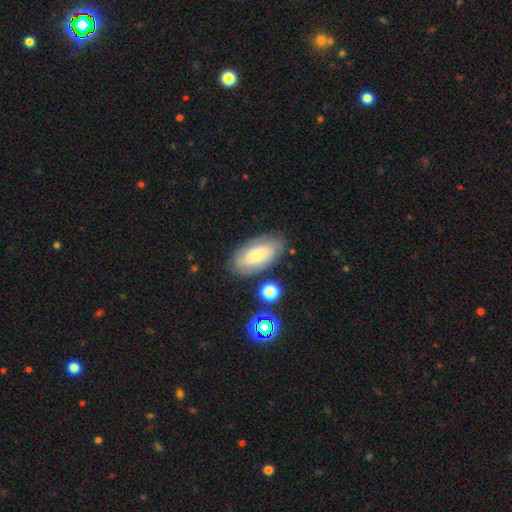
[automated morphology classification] smooth 63%, featured or disk 28%, star or artifact 9%. Down the decision tree: how rounded — in between (92%); merging — none (78%).